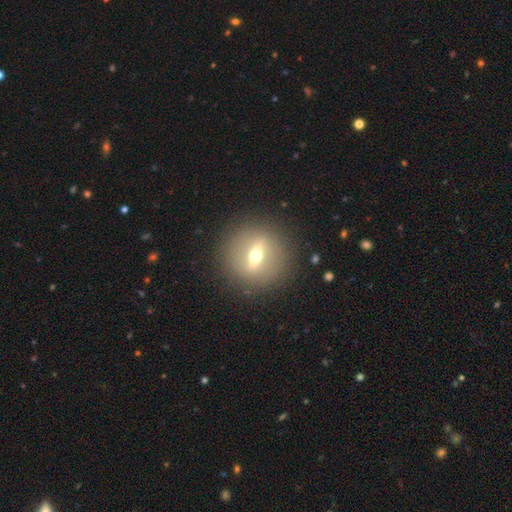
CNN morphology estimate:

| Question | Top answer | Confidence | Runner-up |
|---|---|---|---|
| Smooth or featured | featured or disk | 61% | smooth (29%) |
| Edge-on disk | no | 59% | yes (41%) |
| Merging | none | 88% | minor disturbance (7%) |